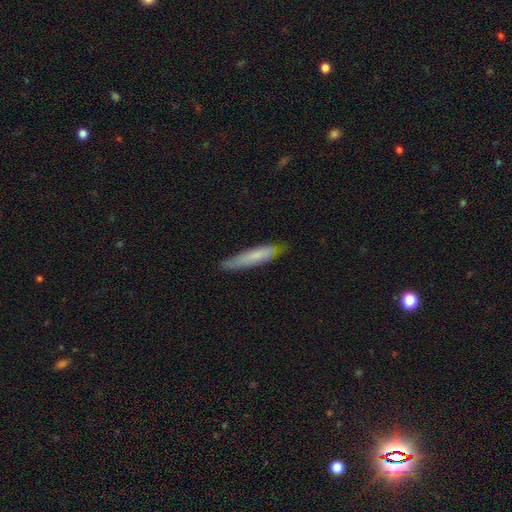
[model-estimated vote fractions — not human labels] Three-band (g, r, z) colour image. It shows a smooth galaxy with no disk features (70%) that is cigar-shaped (88%). Merging: none (77%).